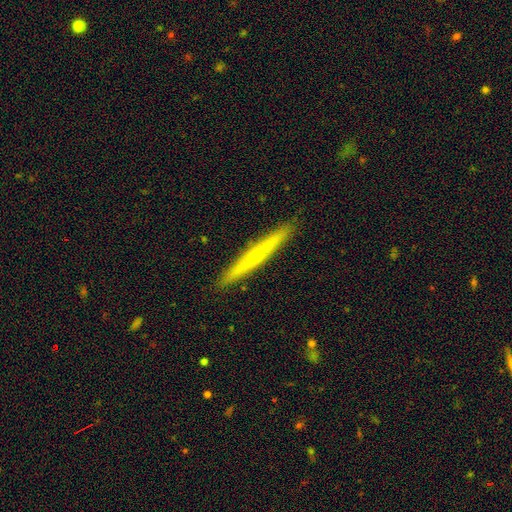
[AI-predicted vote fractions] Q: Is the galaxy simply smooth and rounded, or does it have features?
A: featured or disk — 60%.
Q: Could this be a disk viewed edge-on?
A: yes — 97%.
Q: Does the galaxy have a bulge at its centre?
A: rounded — 54%.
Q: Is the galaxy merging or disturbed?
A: none — 92%.